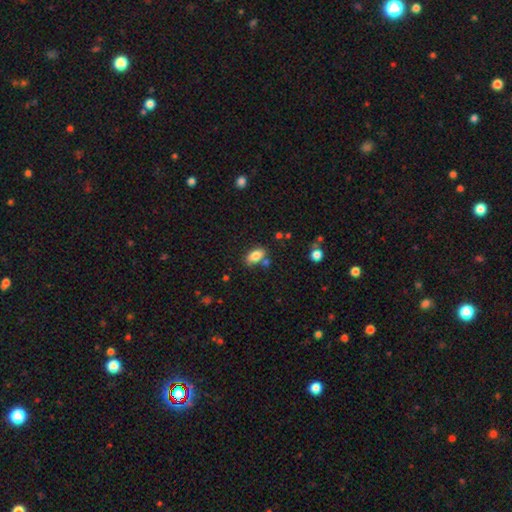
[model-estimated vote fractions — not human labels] A smooth galaxy with no disk features (83%) that is in between round and cigar-shaped (90%).

Vote fractions:
- Smooth or featured? smooth: 83% / star or artifact: 8% / featured or disk: 8%
- How rounded? in between: 90% / round: 6% / cigar-shaped: 4%
- Merging? none: 72% / minor disturbance: 15% / merger: 10% / major disturbance: 4%